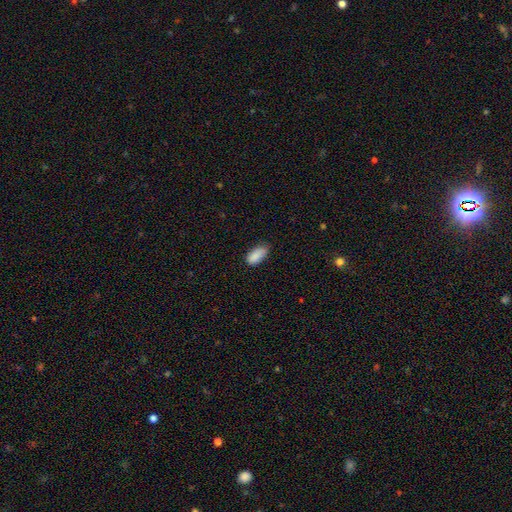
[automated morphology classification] Smooth or featured?
  - smooth: 88% *
  - star or artifact: 7%
  - featured or disk: 5%
How rounded?
  - in between: 91% *
  - cigar-shaped: 7%
  - round: 2%
Merging?
  - none: 66% *
  - minor disturbance: 28%
  - major disturbance: 4%
  - merger: 1%